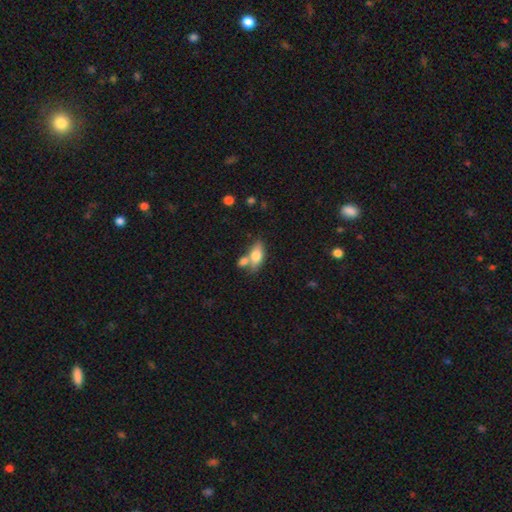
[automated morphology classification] smooth_or_featured: smooth (p=0.71) [alt: featured or disk p=0.22]
how_rounded: in between (p=0.81) [alt: cigar-shaped p=0.14]
merging: none (p=0.48) [alt: merger p=0.34]